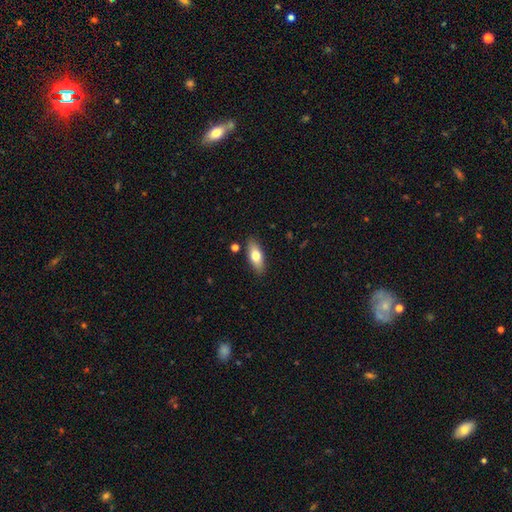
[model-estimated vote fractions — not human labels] This appears to be a smooth galaxy with no disk features (72%) that is in between round and cigar-shaped (76%). Merging: none (86%).